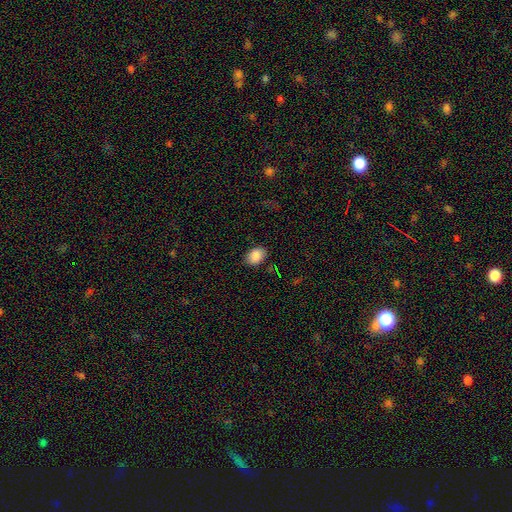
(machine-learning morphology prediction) A smooth galaxy with no disk features (88%) that is in between round and cigar-shaped (81%). Merging: none (84%).